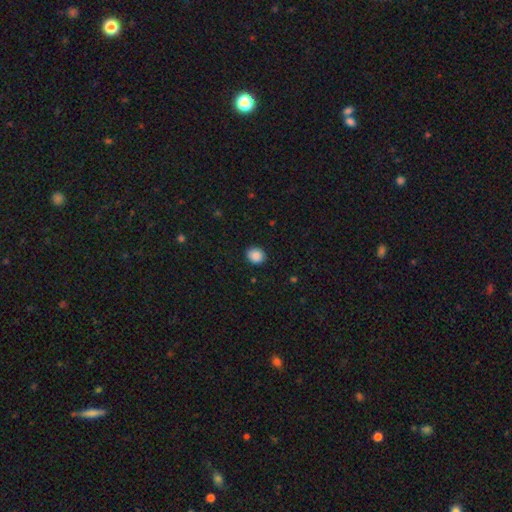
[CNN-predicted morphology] Smooth or featured? smooth (88%)
How rounded? round (63%)
Merging? none (90%)